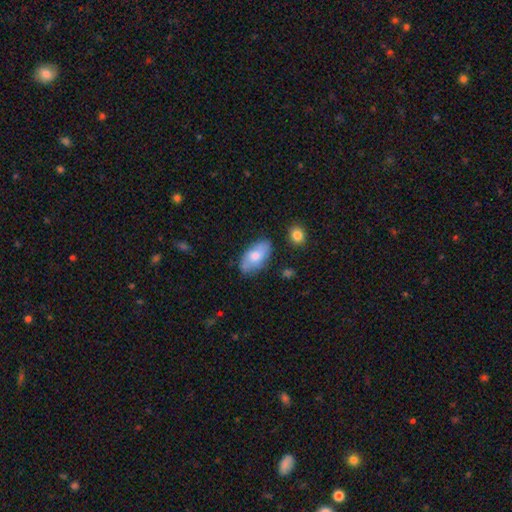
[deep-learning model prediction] Overall: smooth (70%). How rounded: in between (93%). Merging: none (72%).